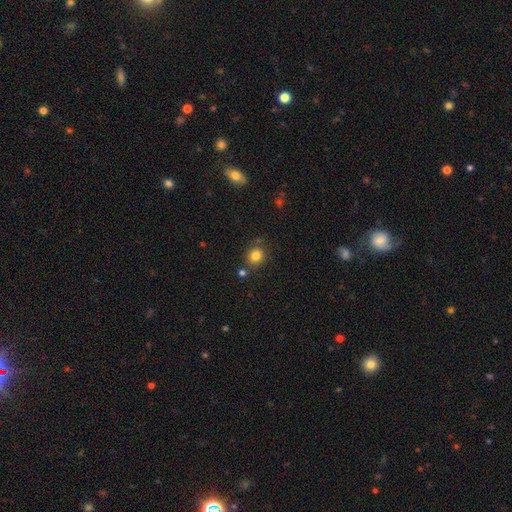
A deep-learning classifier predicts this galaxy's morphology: type=smooth (82%); roundness=round (78%); merging=none (75%).